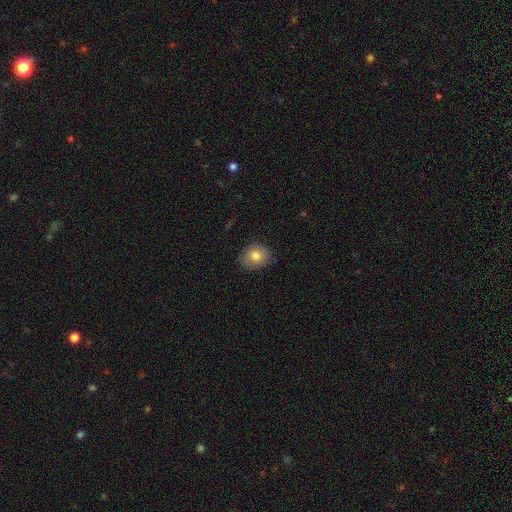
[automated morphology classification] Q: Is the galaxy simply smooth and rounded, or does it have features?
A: smooth — 81%.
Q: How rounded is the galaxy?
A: round — 63%.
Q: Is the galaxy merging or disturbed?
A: none — 82%.